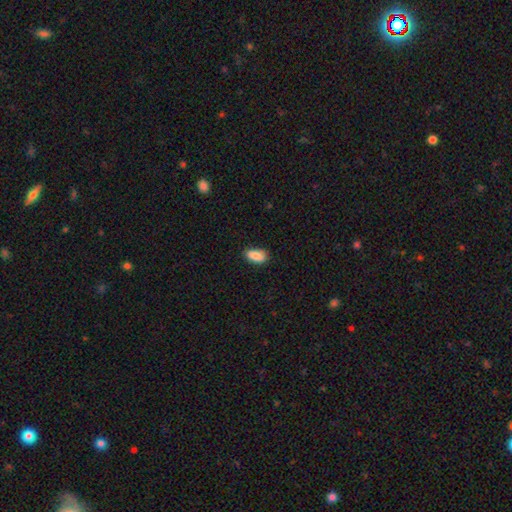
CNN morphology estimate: Smooth or featured? smooth (86%)
How rounded? in between (90%)
Merging? none (77%)